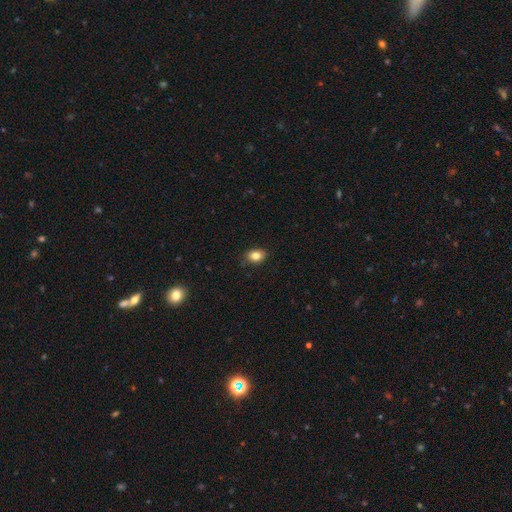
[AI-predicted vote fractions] Smooth or featured: smooth — 83% (star or artifact — 9%)
How rounded: in between — 73% (round — 26%)
Merging: none — 86% (minor disturbance — 11%)